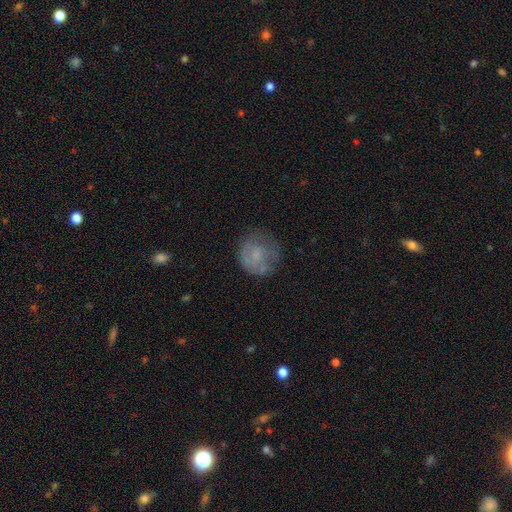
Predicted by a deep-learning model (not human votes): smooth_or_featured: smooth (p=0.63) [alt: featured or disk p=0.28]
how_rounded: round (p=0.86) [alt: in between p=0.13]
merging: none (p=0.59) [alt: minor disturbance p=0.23]